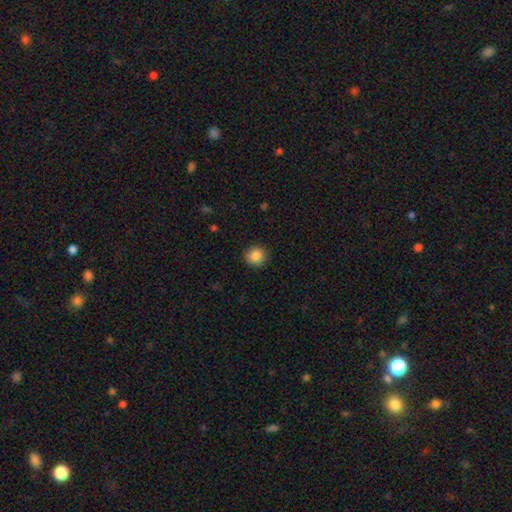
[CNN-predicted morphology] The model was most divided on "smooth or featured": smooth: 87%, star or artifact: 9%, featured or disk: 4%. More confident: how rounded — round (90%); merging — none (87%).